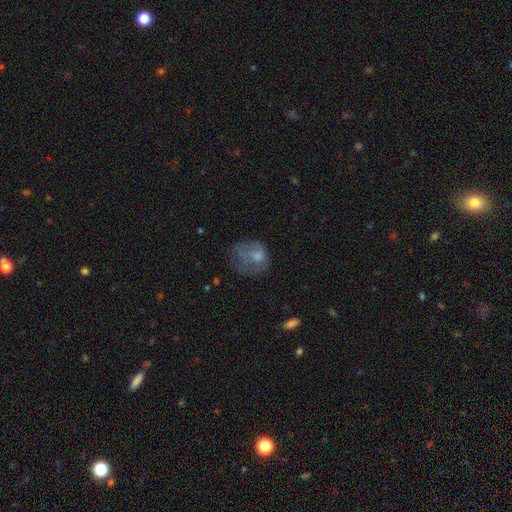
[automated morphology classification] Smooth or featured? smooth (64%)
How rounded? round (57%)
Merging? major disturbance (38%)